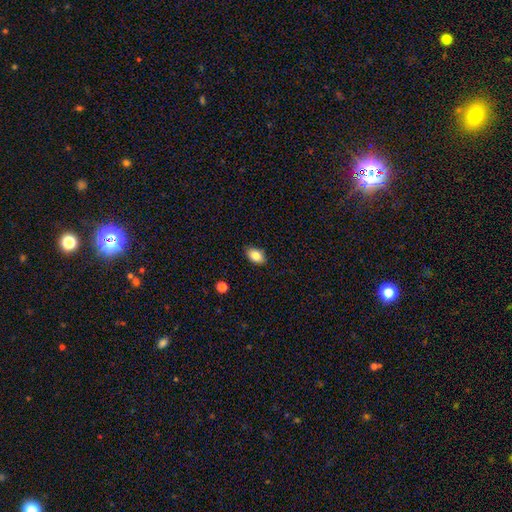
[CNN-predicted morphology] Q: Smooth or featured?
A: smooth (84%); runner-up: star or artifact (8%)
Q: How rounded?
A: in between (86%); runner-up: round (12%)
Q: Merging?
A: none (88%); runner-up: minor disturbance (9%)